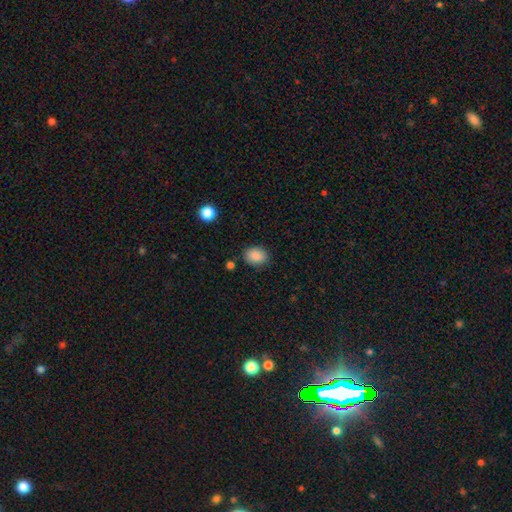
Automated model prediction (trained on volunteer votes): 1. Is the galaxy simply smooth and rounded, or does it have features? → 88% smooth, 8% star or artifact, 4% featured or disk.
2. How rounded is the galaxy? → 63% in between, 36% round, 1% cigar-shaped.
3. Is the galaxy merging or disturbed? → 84% none, 11% minor disturbance, 3% major disturbance, 2% merger.